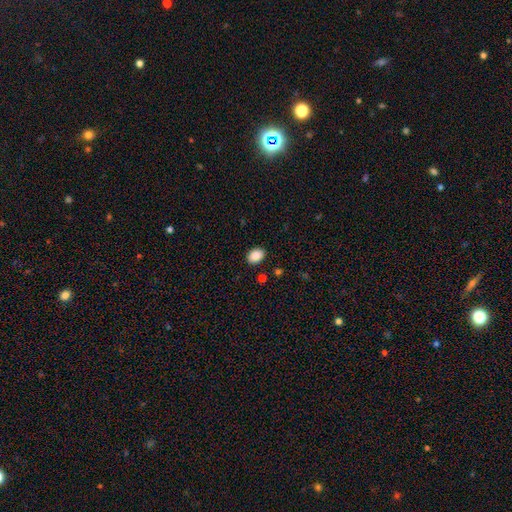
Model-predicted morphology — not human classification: This appears to be a smooth galaxy with no disk features (88%) that is in between round and cigar-shaped (77%). Merging: none (88%).